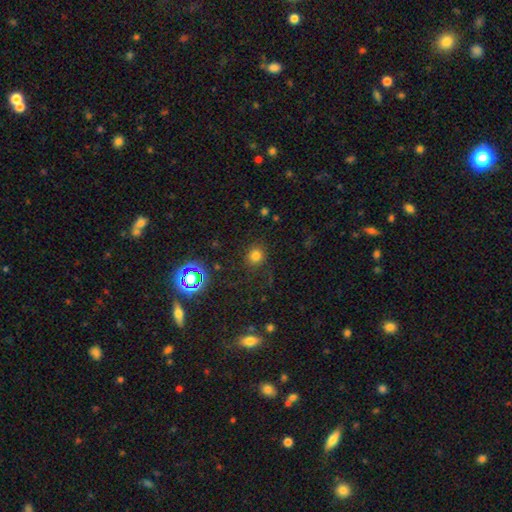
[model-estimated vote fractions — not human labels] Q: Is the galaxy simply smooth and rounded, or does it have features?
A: smooth — 73%.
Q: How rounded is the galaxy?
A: round — 85%.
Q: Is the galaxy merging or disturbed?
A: none — 81%.